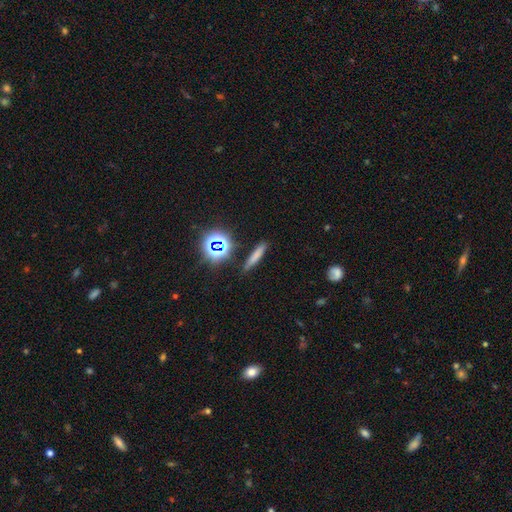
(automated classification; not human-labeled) Morphology: type=smooth (70%); roundness=cigar-shaped (86%); merging=none (87%).